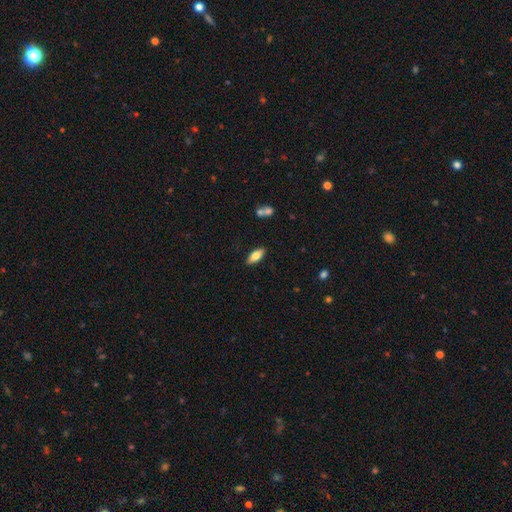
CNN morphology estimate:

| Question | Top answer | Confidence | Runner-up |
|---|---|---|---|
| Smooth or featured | smooth | 68% | featured or disk (26%) |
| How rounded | in between | 76% | cigar-shaped (21%) |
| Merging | none | 87% | minor disturbance (9%) |